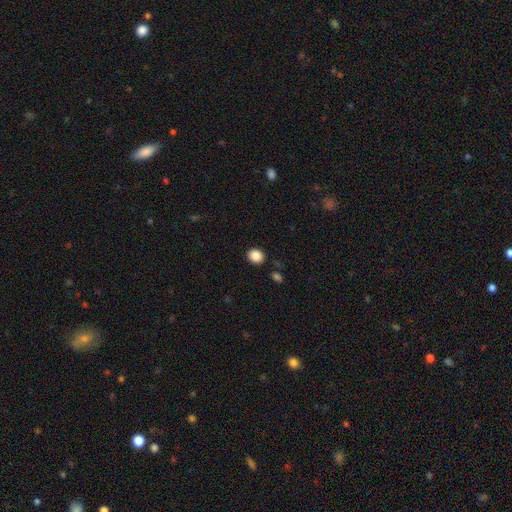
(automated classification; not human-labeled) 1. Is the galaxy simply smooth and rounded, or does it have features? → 87% smooth, 9% star or artifact, 4% featured or disk.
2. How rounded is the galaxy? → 71% round, 28% in between, 1% cigar-shaped.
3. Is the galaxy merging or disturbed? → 89% none, 7% minor disturbance, 2% merger, 2% major disturbance.